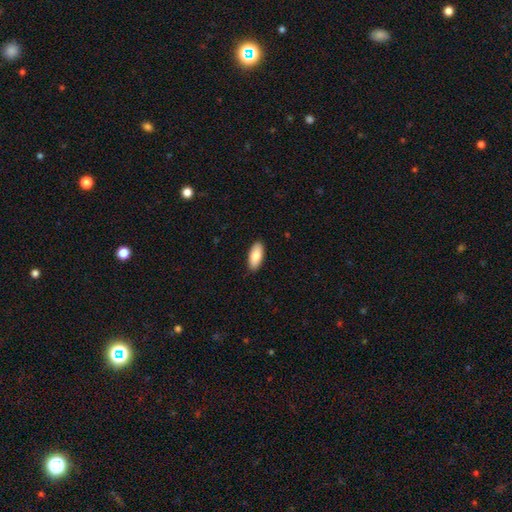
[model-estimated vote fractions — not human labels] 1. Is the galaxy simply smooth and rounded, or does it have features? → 85% smooth, 9% featured or disk, 6% star or artifact.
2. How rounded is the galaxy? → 87% in between, 11% cigar-shaped, 2% round.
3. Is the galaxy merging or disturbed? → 89% none, 8% minor disturbance, 2% major disturbance, 1% merger.